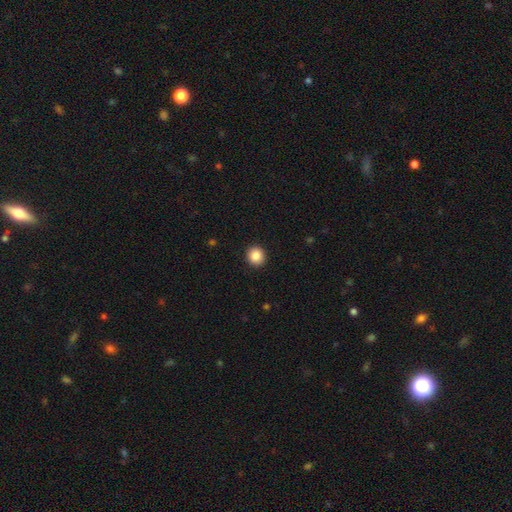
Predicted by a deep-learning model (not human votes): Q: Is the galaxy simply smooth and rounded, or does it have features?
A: smooth — 87%.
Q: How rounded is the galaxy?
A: round — 91%.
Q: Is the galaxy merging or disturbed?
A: none — 93%.